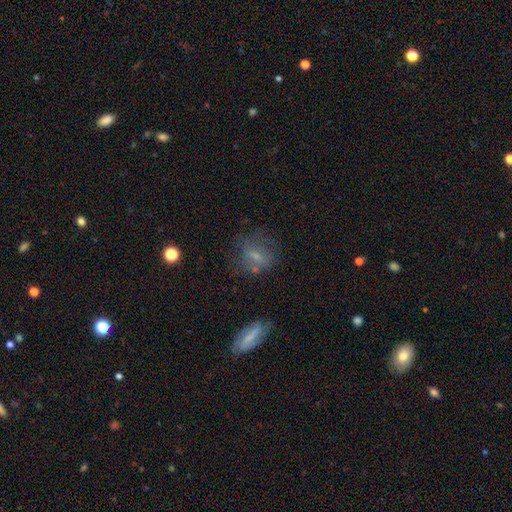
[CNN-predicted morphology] smooth_or_featured: smooth (p=0.51) [alt: featured or disk p=0.35]
how_rounded: round (p=0.47) [alt: in between p=0.46]
merging: none (p=0.56) [alt: minor disturbance p=0.21]